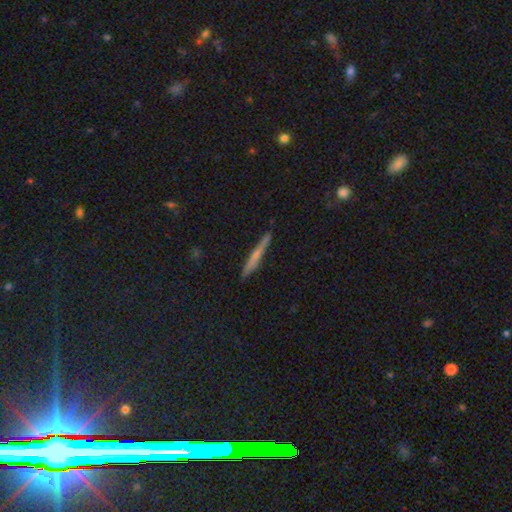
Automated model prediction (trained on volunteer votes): The model was most divided on "smooth or featured": featured or disk: 47%, smooth: 46%, star or artifact: 8%. More confident: merging — none (88%).